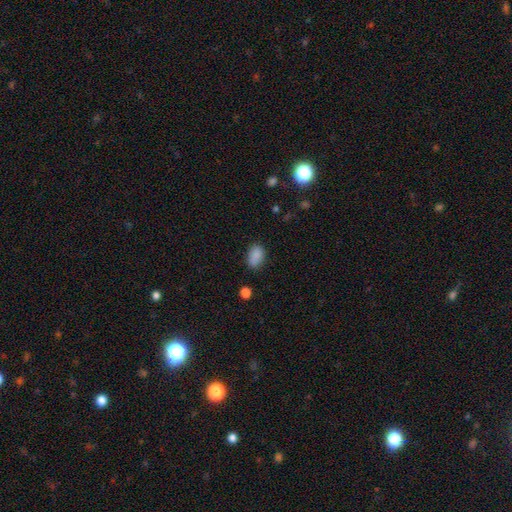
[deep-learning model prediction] smooth-or-featured: smooth: 87% | star or artifact: 9% | featured or disk: 4%
  how-rounded: in between: 88% | round: 10% | cigar-shaped: 2%
  merging: none: 77% | minor disturbance: 17% | major disturbance: 4% | merger: 2%